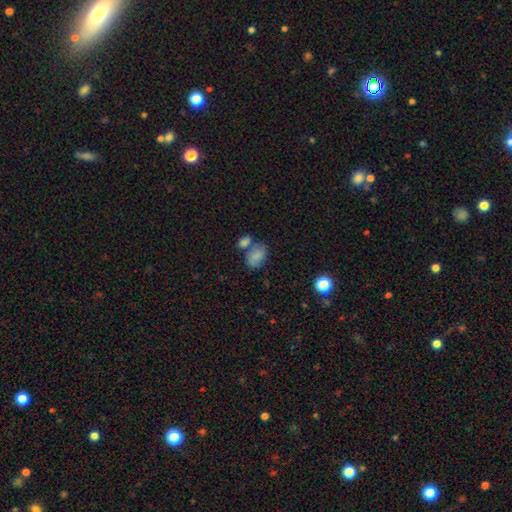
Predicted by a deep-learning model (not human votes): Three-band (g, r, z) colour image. It shows a smooth galaxy with no disk features (80%) that is in between round and cigar-shaped (82%). Merging: none (41%).